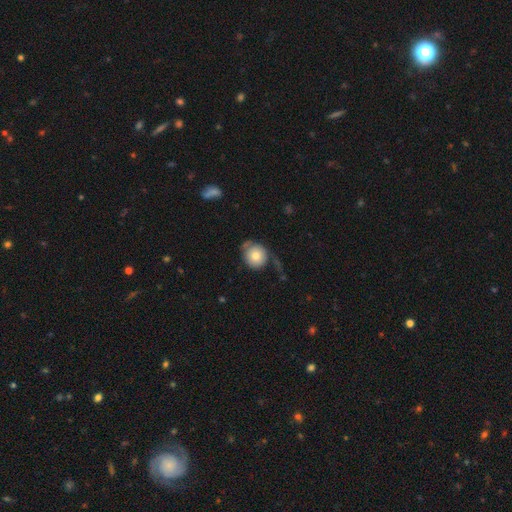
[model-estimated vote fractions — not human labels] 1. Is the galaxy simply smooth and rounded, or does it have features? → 75% smooth, 17% featured or disk, 8% star or artifact.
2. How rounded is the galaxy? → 85% round, 14% in between, 1% cigar-shaped.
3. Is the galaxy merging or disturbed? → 53% none, 27% minor disturbance, 14% major disturbance, 6% merger.